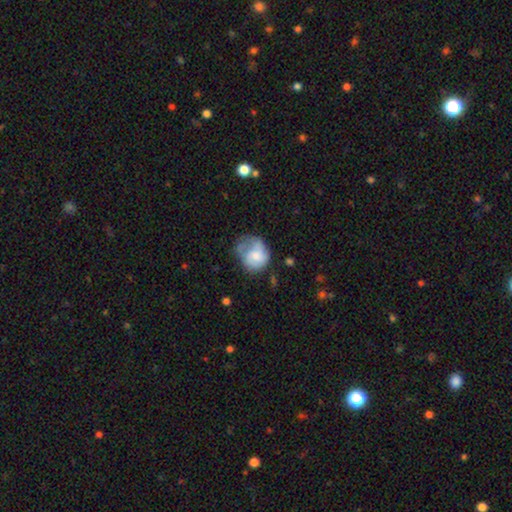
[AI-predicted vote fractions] smooth-or-featured: smooth: 60% | featured or disk: 32% | star or artifact: 8%
  how-rounded: round: 61% | in between: 38% | cigar-shaped: 1%
  merging: major disturbance: 35% | minor disturbance: 32% | none: 27% | merger: 6%